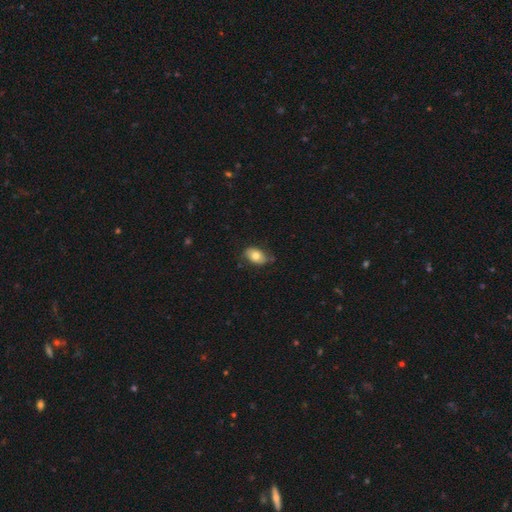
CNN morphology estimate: A smooth galaxy with no disk features (77%) that is in between round and cigar-shaped (89%).

Vote fractions:
- Smooth or featured? smooth: 77% / featured or disk: 15% / star or artifact: 7%
- How rounded? in between: 89% / round: 10% / cigar-shaped: 1%
- Merging? none: 74% / minor disturbance: 20% / major disturbance: 4% / merger: 2%